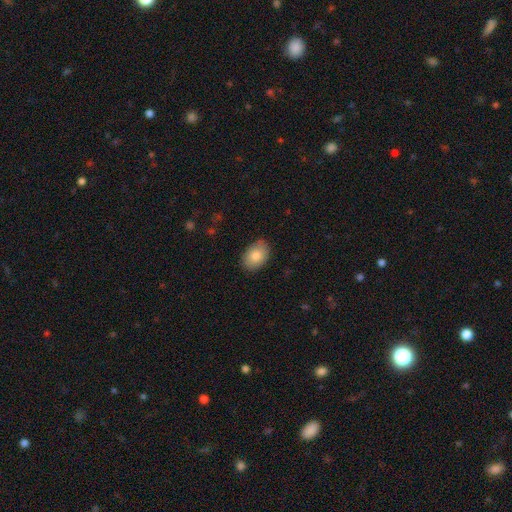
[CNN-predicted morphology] This is clearly a smooth galaxy (83%). How rounded: clearly in between (83%). Merging: clearly none (85%).